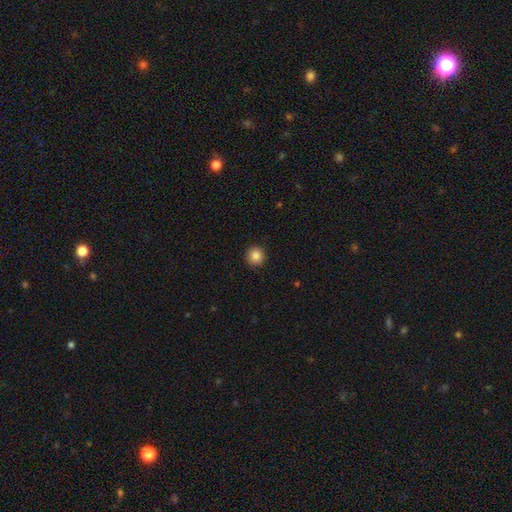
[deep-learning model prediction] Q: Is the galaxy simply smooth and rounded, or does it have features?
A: smooth — 86%.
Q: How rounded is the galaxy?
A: round — 94%.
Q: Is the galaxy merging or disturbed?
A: none — 92%.